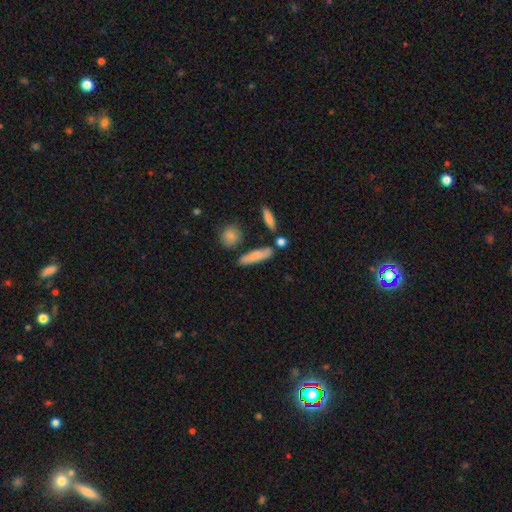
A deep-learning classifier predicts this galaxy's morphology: The model was most divided on "how rounded": cigar-shaped: 65%, in between: 31%, round: 4%. More confident: smooth or featured — smooth (75%); merging — none (70%).